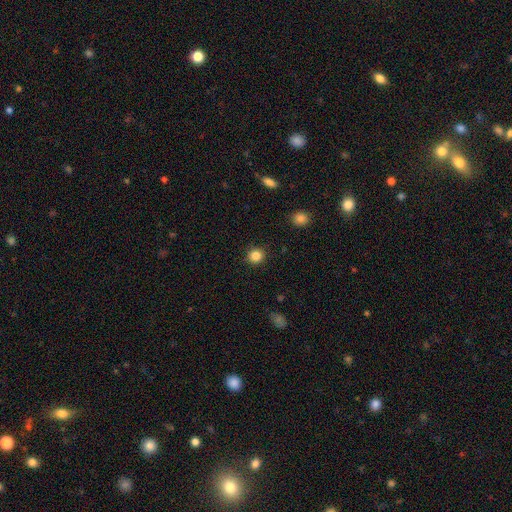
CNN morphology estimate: Overall: smooth (85%). How rounded: round (91%). Merging: none (91%).